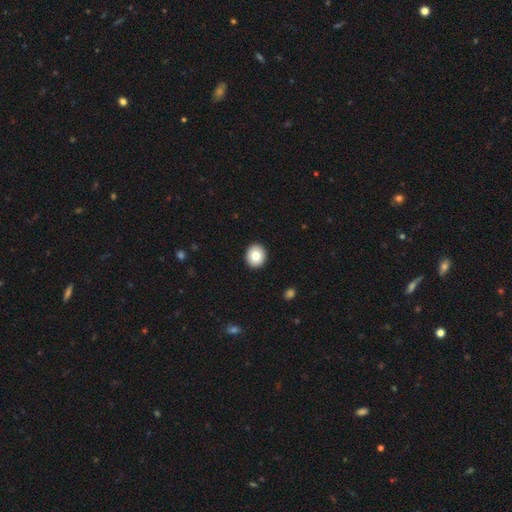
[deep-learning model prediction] smooth-or-featured: smooth: 80% | featured or disk: 12% | star or artifact: 8%
  how-rounded: round: 84% | in between: 15% | cigar-shaped: 1%
  merging: none: 93% | minor disturbance: 5% | major disturbance: 1% | merger: 1%